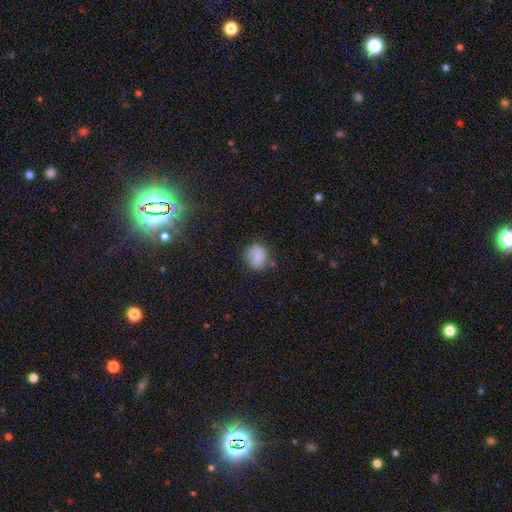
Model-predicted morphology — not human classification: A smooth galaxy with no disk features (71%) that is round (70%). Merging: none (69%).